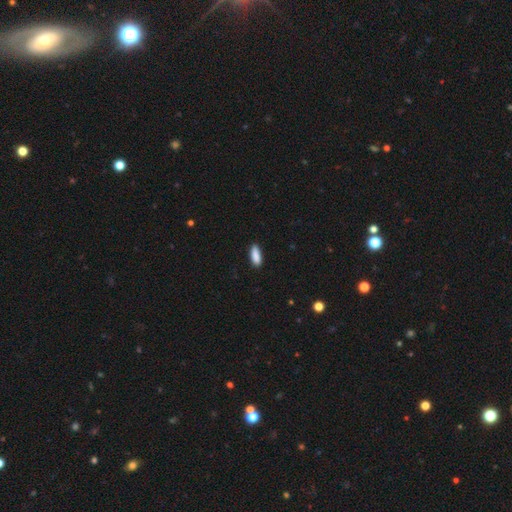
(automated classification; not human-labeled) Morphology: type=smooth (89%); roundness=in between (62%); merging=none (86%).